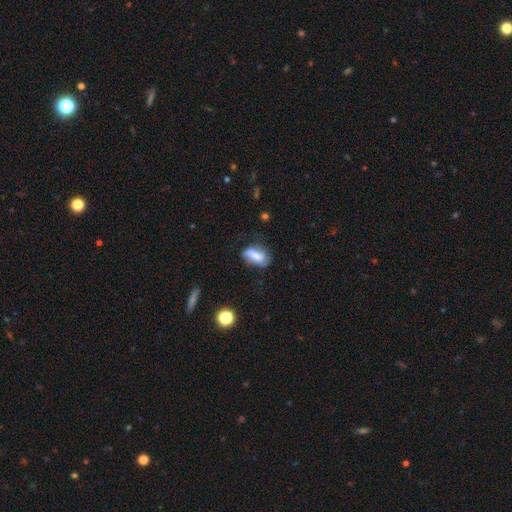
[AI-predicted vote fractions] Morphology: type=smooth (58%); roundness=in between (83%); merging=none (50%).